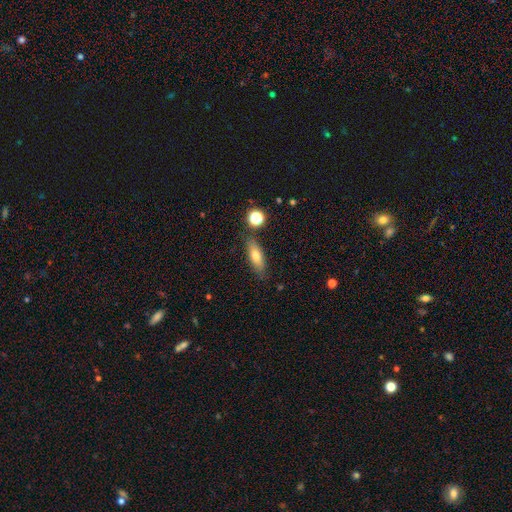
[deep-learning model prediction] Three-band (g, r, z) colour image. It shows a smooth galaxy with no disk features (70%) that is in between round and cigar-shaped (57%). Merging: none (80%).